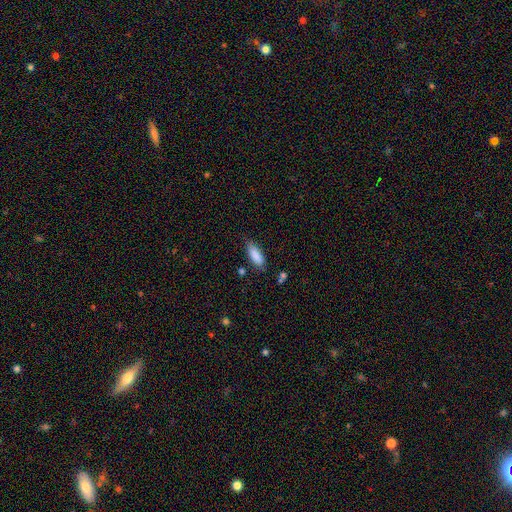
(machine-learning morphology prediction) Smooth or featured: smooth — 87% (star or artifact — 7%)
How rounded: in between — 68% (cigar-shaped — 30%)
Merging: none — 75% (minor disturbance — 19%)